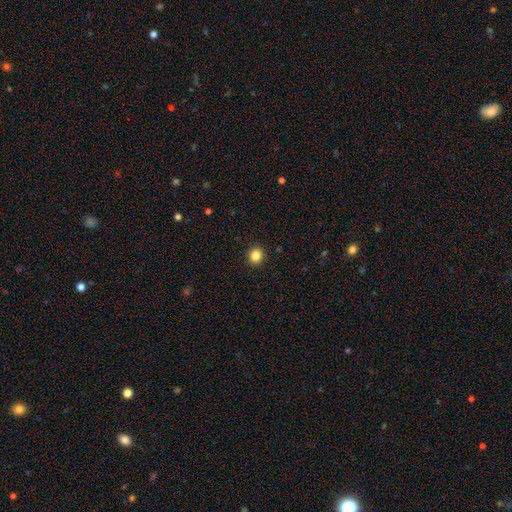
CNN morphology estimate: A smooth galaxy with no disk features (84%) that is round (90%).

Vote fractions:
- Smooth or featured? smooth: 84% / star or artifact: 12% / featured or disk: 4%
- How rounded? round: 90% / in between: 9% / cigar-shaped: 1%
- Merging? none: 93% / minor disturbance: 5% / major disturbance: 2% / merger: 1%